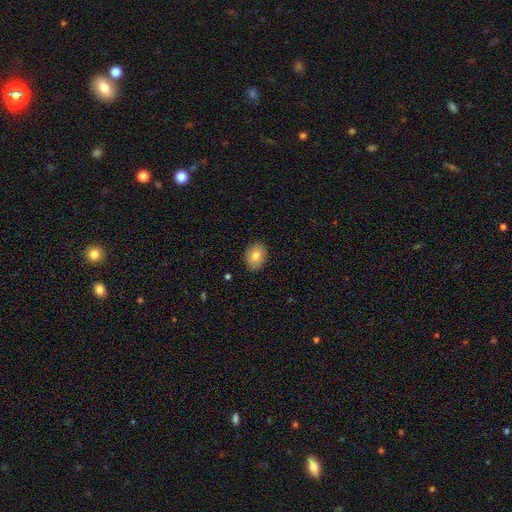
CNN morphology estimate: smooth-or-featured: smooth: 78% | featured or disk: 14% | star or artifact: 8%
  how-rounded: in between: 64% | round: 35% | cigar-shaped: 1%
  merging: none: 88% | minor disturbance: 9% | major disturbance: 2% | merger: 1%